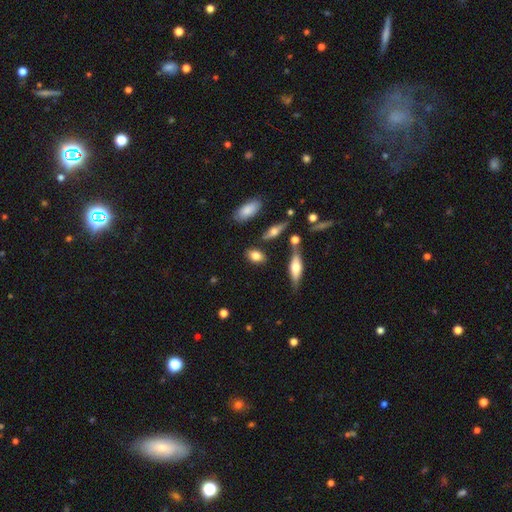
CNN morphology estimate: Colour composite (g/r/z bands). It shows a smooth galaxy with no disk features (78%) that is in between round and cigar-shaped (78%). Merging: none (77%).